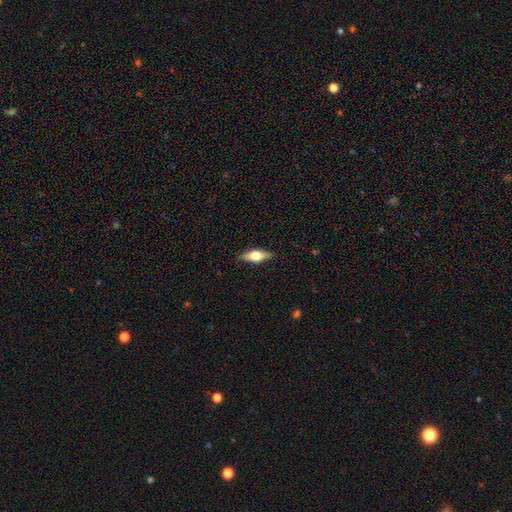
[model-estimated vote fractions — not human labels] Overall: smooth (50%; featured or disk 43%). How rounded: in between (66%; cigar-shaped 30%). Merging: none (88%).